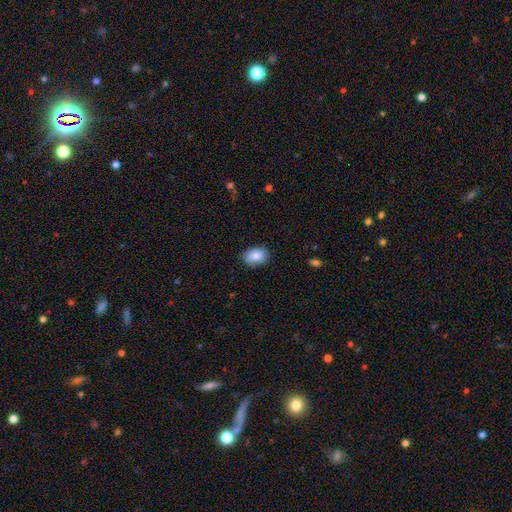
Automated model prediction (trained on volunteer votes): Smooth or featured? smooth (86%)
How rounded? in between (78%)
Merging? none (80%)